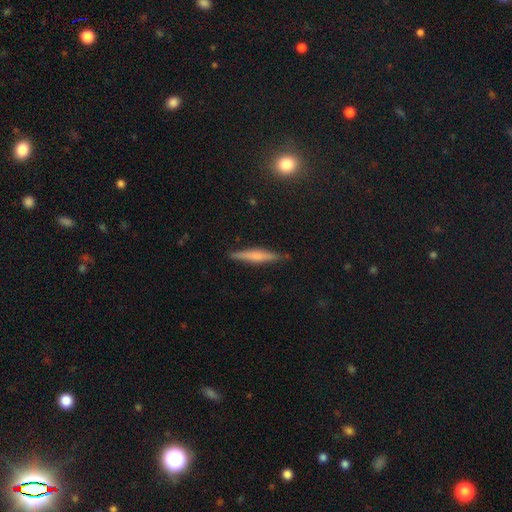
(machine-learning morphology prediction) Q: Smooth or featured?
A: smooth (47%); runner-up: featured or disk (46%)
Q: Merging?
A: none (88%); runner-up: minor disturbance (9%)